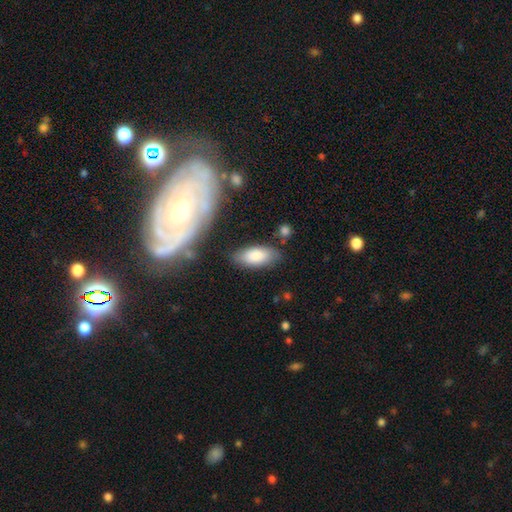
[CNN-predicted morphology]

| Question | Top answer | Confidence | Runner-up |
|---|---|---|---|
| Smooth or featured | smooth | 83% | featured or disk (11%) |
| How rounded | in between | 87% | cigar-shaped (11%) |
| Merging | none | 78% | minor disturbance (14%) |